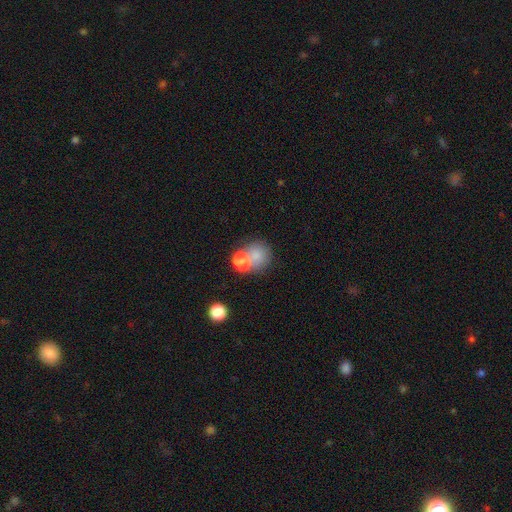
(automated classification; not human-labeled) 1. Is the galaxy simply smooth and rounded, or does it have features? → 75% smooth, 12% star or artifact, 12% featured or disk.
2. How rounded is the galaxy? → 79% round, 20% in between, 1% cigar-shaped.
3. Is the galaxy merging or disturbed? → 43% none, 39% merger, 11% minor disturbance, 7% major disturbance.